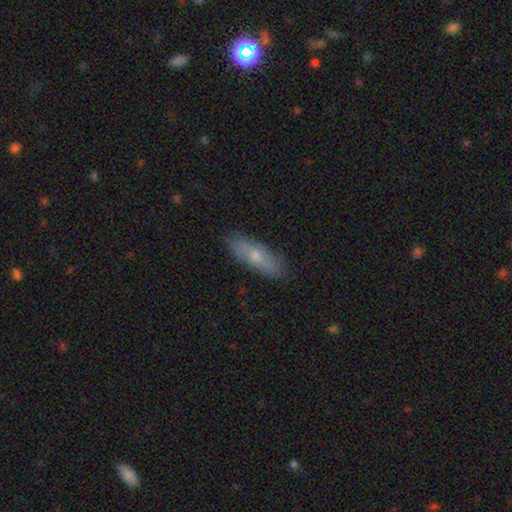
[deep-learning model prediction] smooth-or-featured: smooth: 59% | featured or disk: 34% | star or artifact: 6%
  how-rounded: in between: 53% | cigar-shaped: 45% | round: 3%
  merging: none: 84% | minor disturbance: 12% | major disturbance: 2% | merger: 1%